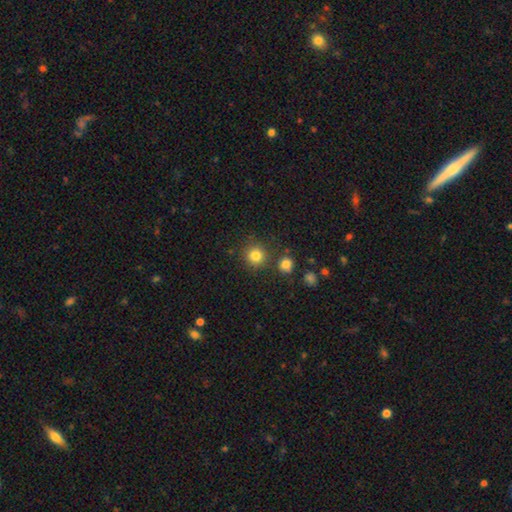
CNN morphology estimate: smooth_or_featured: smooth (p=0.82) [alt: star or artifact p=0.12]
how_rounded: round (p=0.93) [alt: in between p=0.06]
merging: none (p=0.83) [alt: minor disturbance p=0.08]